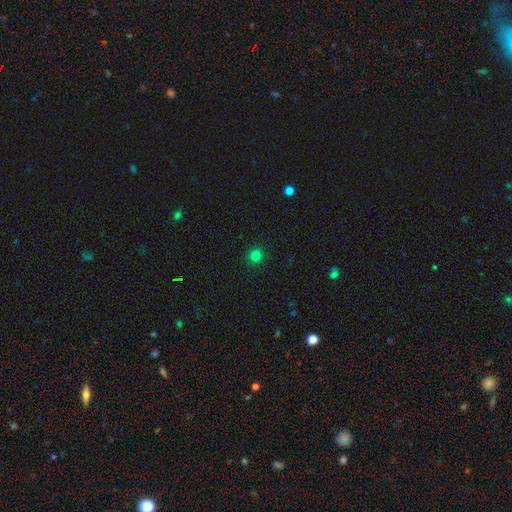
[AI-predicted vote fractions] Smooth or featured?
  - smooth: 80% *
  - star or artifact: 15%
  - featured or disk: 4%
How rounded?
  - round: 93% *
  - in between: 6%
  - cigar-shaped: 1%
Merging?
  - none: 92% *
  - minor disturbance: 5%
  - major disturbance: 2%
  - merger: 1%